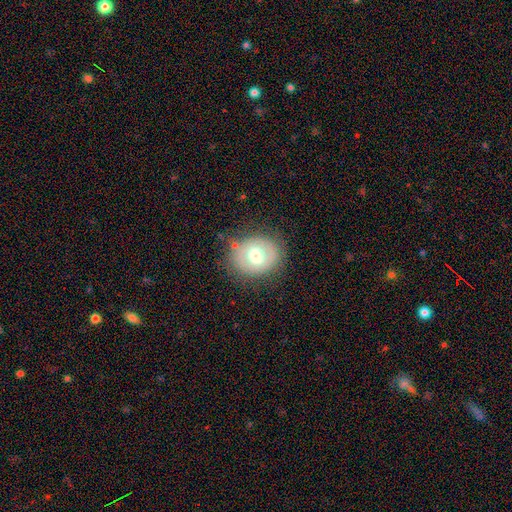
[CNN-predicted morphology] smooth-or-featured: smooth: 59% | featured or disk: 32% | star or artifact: 9%
  how-rounded: round: 64% | in between: 35% | cigar-shaped: 1%
  merging: none: 79% | minor disturbance: 13% | major disturbance: 6% | merger: 2%